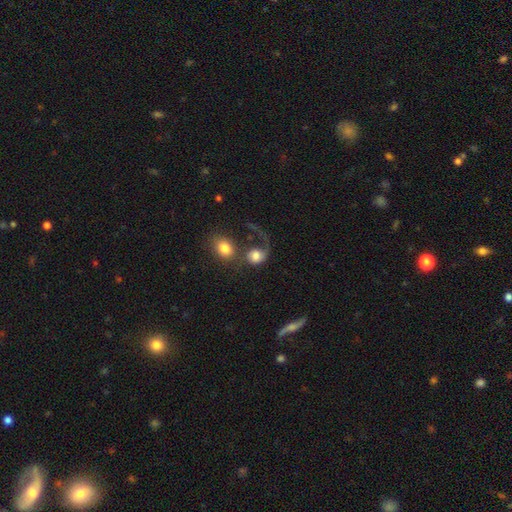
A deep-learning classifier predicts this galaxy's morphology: smooth-or-featured: smooth: 57% | featured or disk: 34% | star or artifact: 8%
  how-rounded: round: 63% | in between: 36% | cigar-shaped: 2%
  merging: merger: 36% | major disturbance: 34% | none: 20% | minor disturbance: 10%